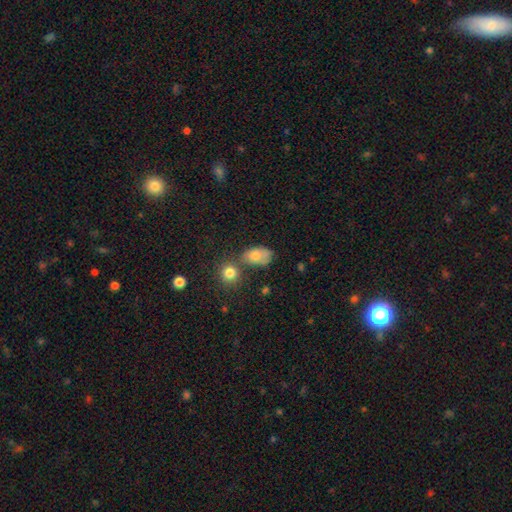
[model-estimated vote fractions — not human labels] Smooth or featured? smooth (70%)
How rounded? in between (79%)
Merging? none (43%)